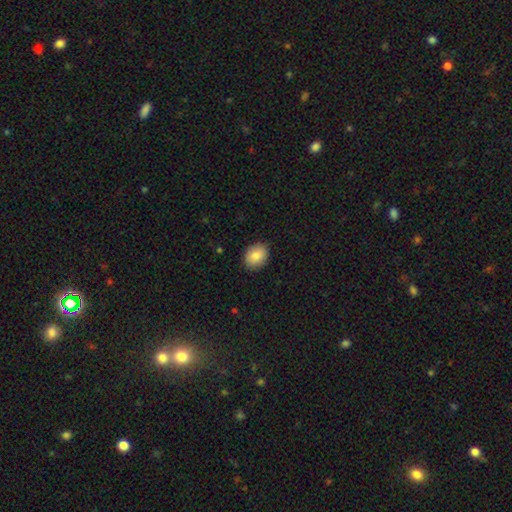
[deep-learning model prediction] Smooth or featured?
  - smooth: 85% *
  - featured or disk: 8%
  - star or artifact: 7%
How rounded?
  - in between: 60% *
  - round: 39%
  - cigar-shaped: 1%
Merging?
  - none: 88% *
  - minor disturbance: 9%
  - major disturbance: 2%
  - merger: 1%